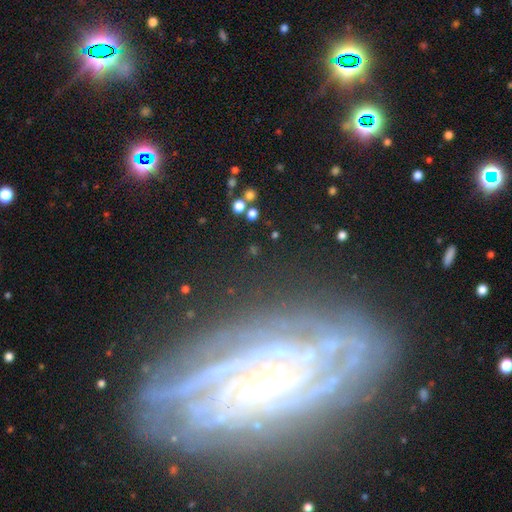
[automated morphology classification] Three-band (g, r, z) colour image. It shows a featured or disk galaxy (83%) with no bar (62%), tight (73%) spiral arms (96%) and a small central bulge (81%). Merging: none (78%).